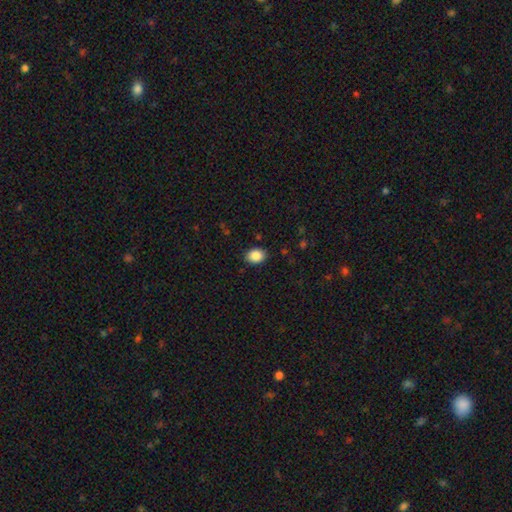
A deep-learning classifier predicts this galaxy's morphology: smooth_or_featured: smooth (p=0.88) [alt: star or artifact p=0.08]
how_rounded: in between (p=0.66) [alt: round p=0.33]
merging: none (p=0.88) [alt: minor disturbance p=0.09]